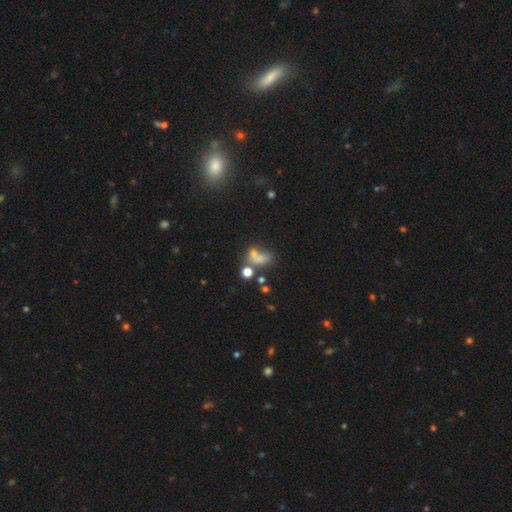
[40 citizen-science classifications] Volunteers were most divided on "merging": none: 68%, merger: 18%, minor disturbance: 8%, major disturbance: 5%. More confident: smooth or featured — smooth (82%); how rounded — in between (76%).